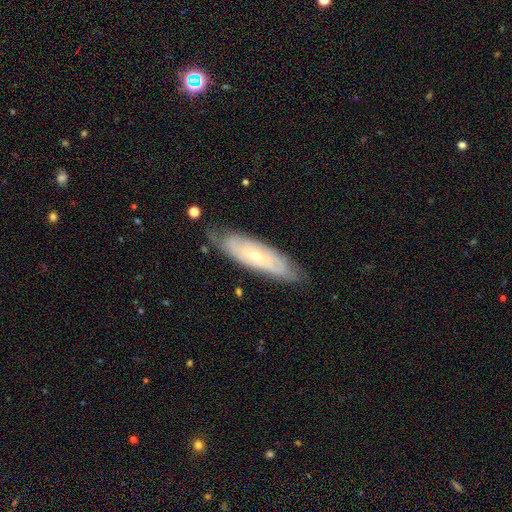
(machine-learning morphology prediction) Q: Smooth or featured?
A: featured or disk (67%); runner-up: smooth (27%)
Q: Edge-on disk?
A: no (74%); runner-up: yes (26%)
Q: Merging?
A: none (74%); runner-up: minor disturbance (20%)